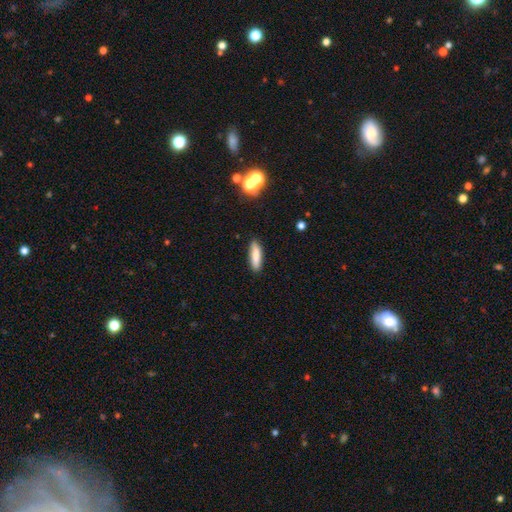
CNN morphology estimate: Overall: smooth (83%). How rounded: cigar-shaped (66%; in between 33%). Merging: none (87%).